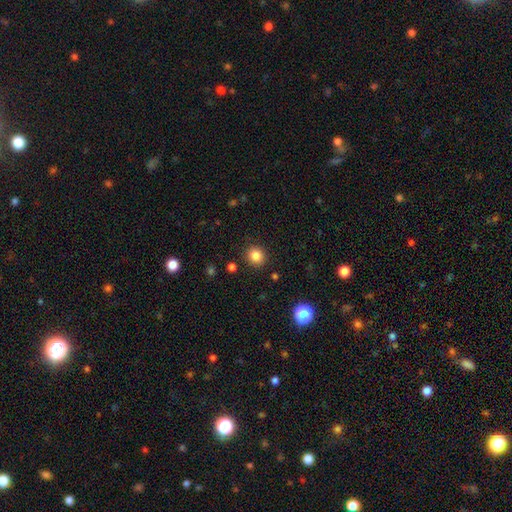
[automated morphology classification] type=smooth (84%); roundness=round (83%); merging=none (89%).